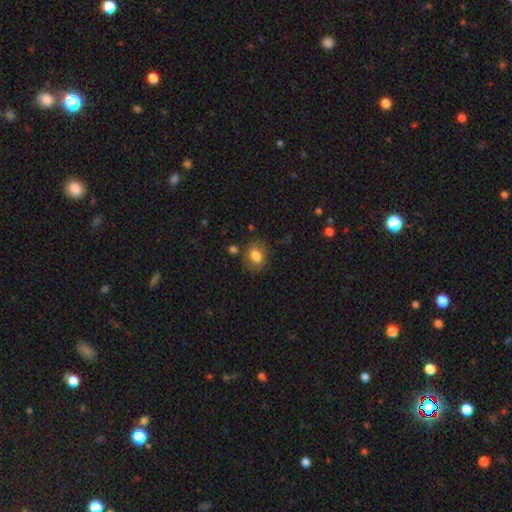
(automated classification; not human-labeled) This is clearly a smooth galaxy (81%). How rounded: possibly in between (55%). Merging: likely none (75%).